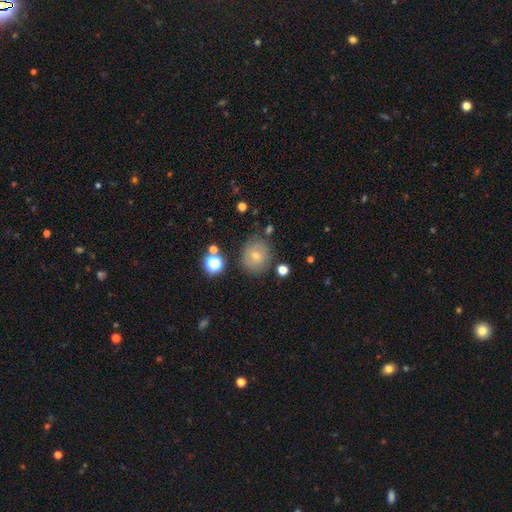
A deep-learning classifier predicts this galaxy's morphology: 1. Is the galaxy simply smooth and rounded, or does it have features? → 67% smooth, 20% featured or disk, 13% star or artifact.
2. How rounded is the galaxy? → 83% round, 16% in between, 1% cigar-shaped.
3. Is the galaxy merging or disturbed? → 76% none, 15% minor disturbance, 5% major disturbance, 4% merger.